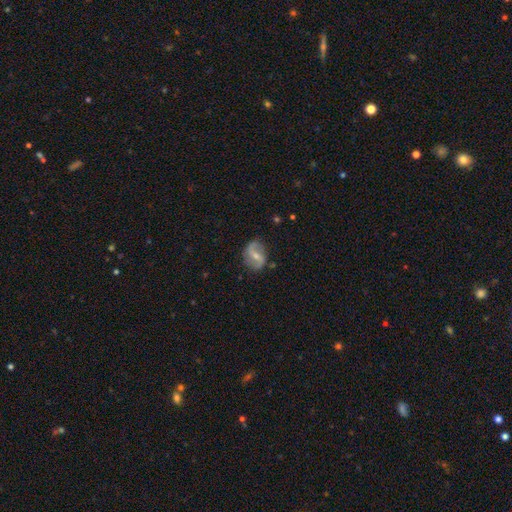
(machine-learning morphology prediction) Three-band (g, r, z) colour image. It shows a featured or disk galaxy (72%) with a weak bar (44%), 2 (89%) loose (62%) spiral arms (87%) and a small central bulge (55%). Merging: none (76%).